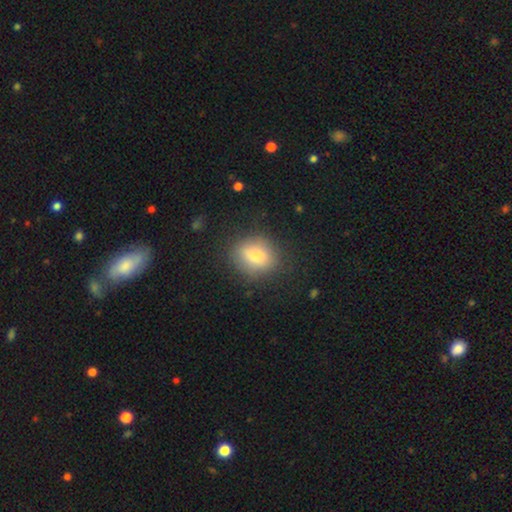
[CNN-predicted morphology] Smooth or featured: smooth — 81% (featured or disk — 11%)
How rounded: in between — 51% (round — 47%)
Merging: none — 75% (minor disturbance — 16%)